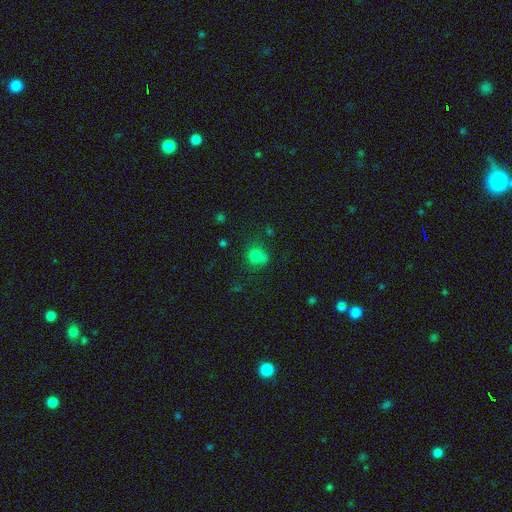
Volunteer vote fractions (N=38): Smooth or featured: smooth — 82% (featured or disk — 11%)
How rounded: round — 61% (in between — 39%)
Merging: none — 34% (merger — 29%)